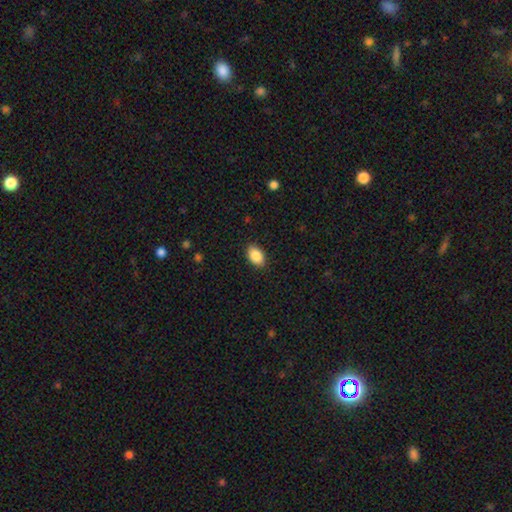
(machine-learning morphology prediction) Q: Smooth or featured?
A: smooth (88%); runner-up: star or artifact (7%)
Q: How rounded?
A: in between (90%); runner-up: round (9%)
Q: Merging?
A: none (89%); runner-up: minor disturbance (8%)